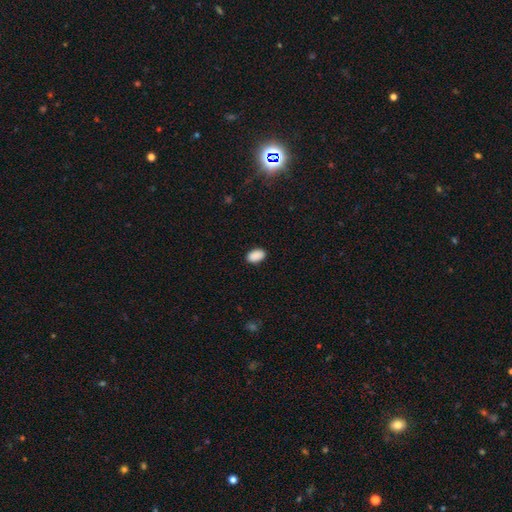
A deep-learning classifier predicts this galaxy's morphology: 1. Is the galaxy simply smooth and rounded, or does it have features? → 90% smooth, 7% star or artifact, 3% featured or disk.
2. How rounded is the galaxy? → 92% in between, 7% round, 1% cigar-shaped.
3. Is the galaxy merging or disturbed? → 87% none, 10% minor disturbance, 2% major disturbance, 1% merger.